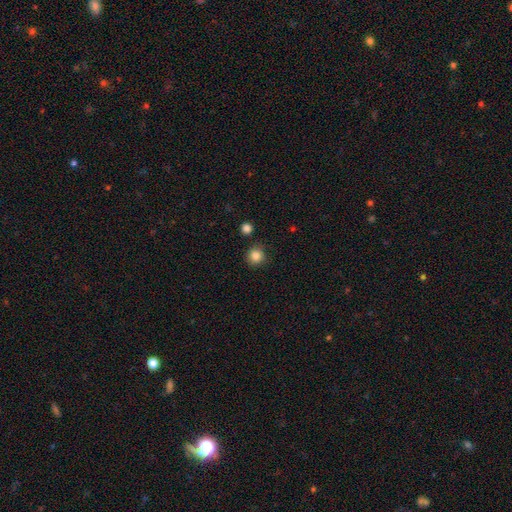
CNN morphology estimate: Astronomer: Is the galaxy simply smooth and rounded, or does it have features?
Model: smooth — 84%.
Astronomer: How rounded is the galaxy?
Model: round — 93%.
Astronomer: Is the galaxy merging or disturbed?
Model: none — 87%.